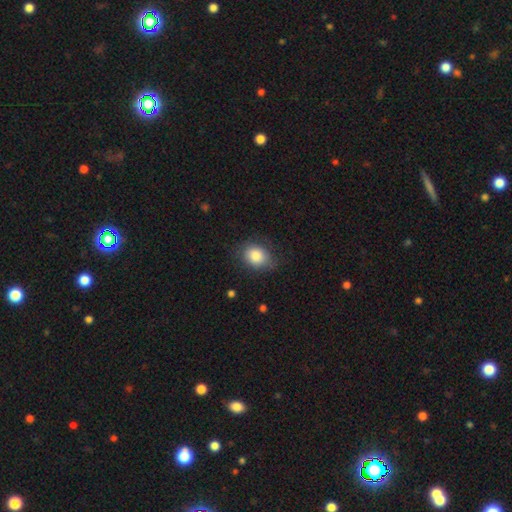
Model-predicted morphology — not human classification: Smooth or featured? smooth (84%)
How rounded? in between (56%)
Merging? none (72%)